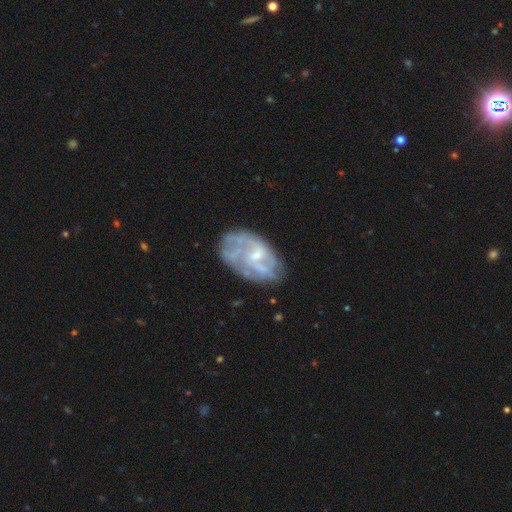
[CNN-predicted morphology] A featured or disk galaxy (73%) with no bar (50%), spiral arms (69%) and a small central bulge (59%).

Vote fractions:
- Smooth or featured? featured or disk: 73% / smooth: 20% / star or artifact: 8%
- Edge-on disk? no: 97% / yes: 3%
- Bar? no: 50% / weak: 42% / strong: 7%
- Spiral arms? yes: 69% / no: 31%
- Bulge size? small: 59% / moderate: 28% / none: 11% / large: 1% / dominant: 1%
- Merging? none: 58% / minor disturbance: 24% / major disturbance: 15% / merger: 3%